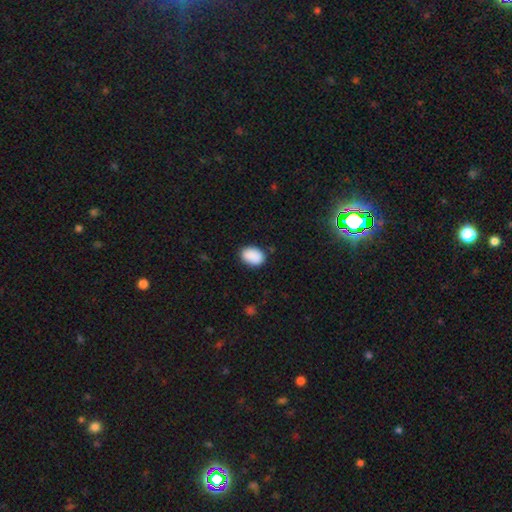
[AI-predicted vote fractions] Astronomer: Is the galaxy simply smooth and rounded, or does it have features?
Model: smooth — 90%.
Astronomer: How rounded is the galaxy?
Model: in between — 79%.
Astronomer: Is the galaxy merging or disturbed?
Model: none — 84%.